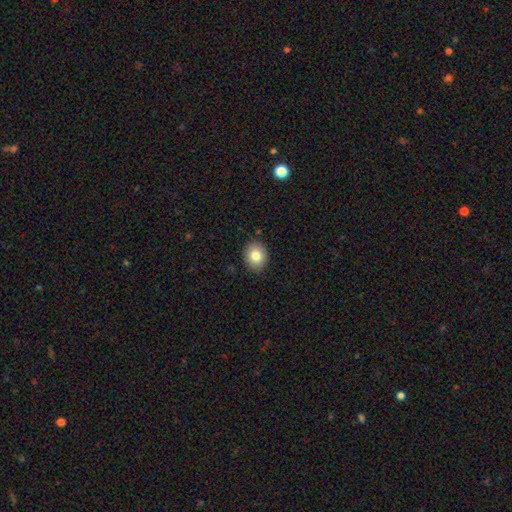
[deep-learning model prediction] Smooth or featured?
  - smooth: 81% *
  - featured or disk: 9%
  - star or artifact: 9%
How rounded?
  - round: 57% *
  - in between: 42%
  - cigar-shaped: 1%
Merging?
  - none: 89% *
  - minor disturbance: 8%
  - major disturbance: 2%
  - merger: 1%